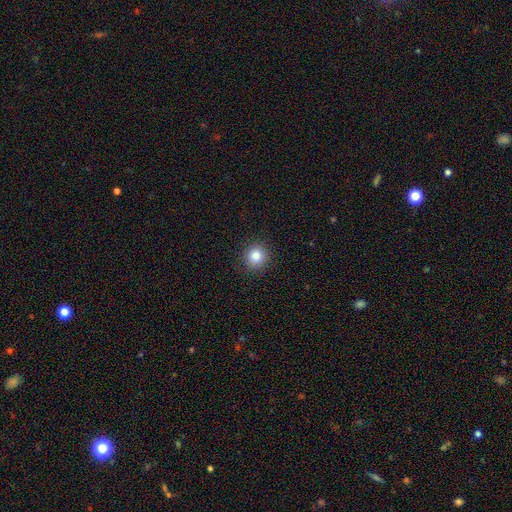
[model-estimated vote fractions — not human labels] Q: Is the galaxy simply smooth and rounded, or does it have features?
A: smooth — 83%.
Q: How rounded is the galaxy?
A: round — 90%.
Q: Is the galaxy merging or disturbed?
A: none — 91%.